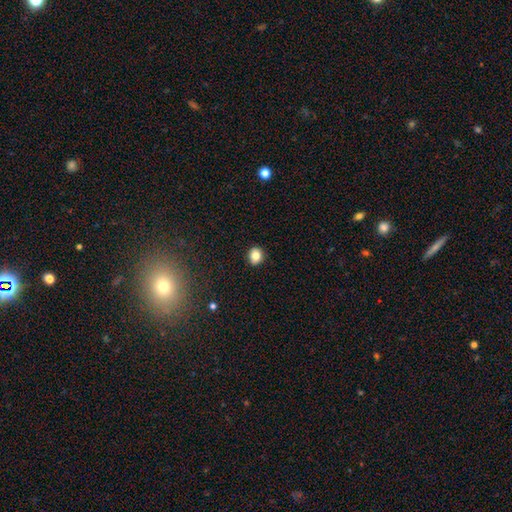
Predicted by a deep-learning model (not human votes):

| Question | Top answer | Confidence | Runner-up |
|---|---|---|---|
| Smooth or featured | smooth | 82% | star or artifact (10%) |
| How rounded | round | 66% | in between (33%) |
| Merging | none | 90% | minor disturbance (7%) |